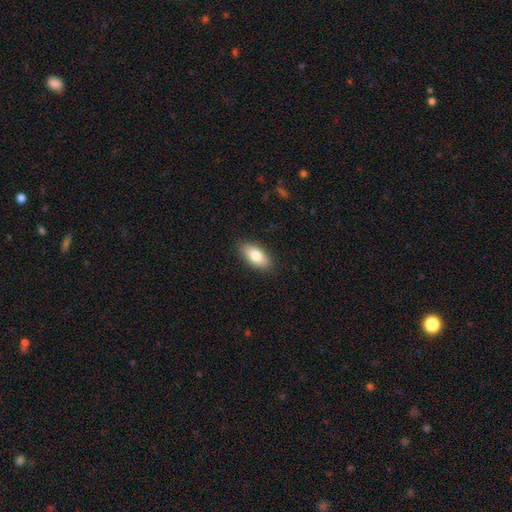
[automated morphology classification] smooth 81%, featured or disk 13%, star or artifact 7%. Down the decision tree: how rounded — in between (90%); merging — none (88%).